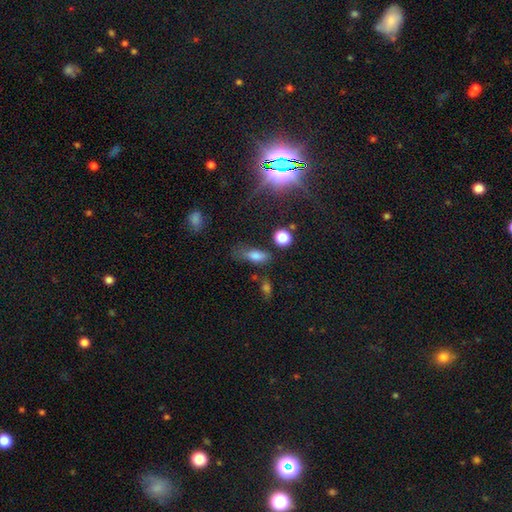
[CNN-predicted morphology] Smooth or featured: smooth — 76% (star or artifact — 13%)
How rounded: in between — 73% (cigar-shaped — 20%)
Merging: none — 49% (minor disturbance — 30%)